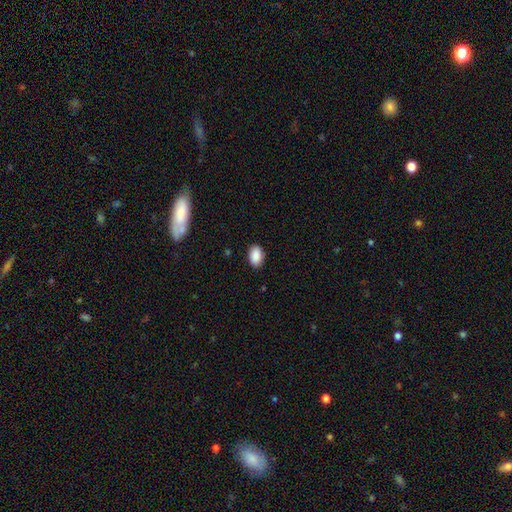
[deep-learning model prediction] Smooth or featured? Predicted: smooth (p=0.90). How rounded? Predicted: in between (p=0.90). Merging? Predicted: none (p=0.88).